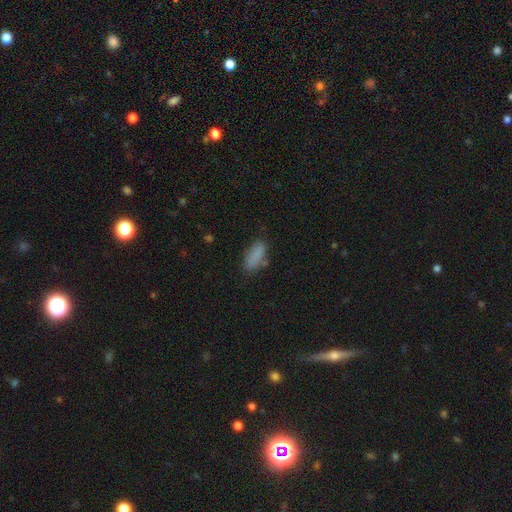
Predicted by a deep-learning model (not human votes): smooth-or-featured: smooth: 84% | star or artifact: 9% | featured or disk: 7%
  how-rounded: in between: 78% | cigar-shaped: 20% | round: 3%
  merging: none: 70% | minor disturbance: 19% | merger: 6% | major disturbance: 5%